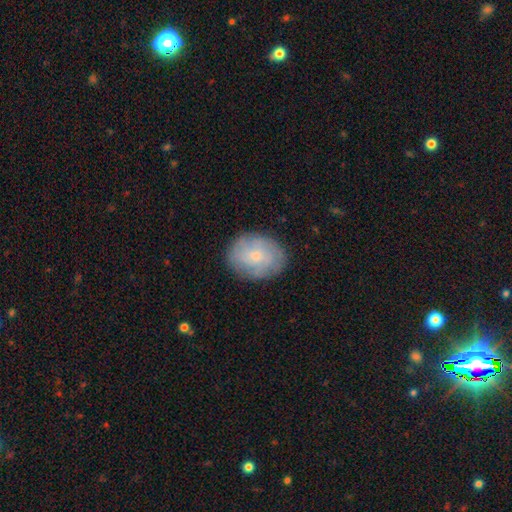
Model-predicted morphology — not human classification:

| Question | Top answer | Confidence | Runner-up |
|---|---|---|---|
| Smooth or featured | smooth | 50% | featured or disk (42%) |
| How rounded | in between | 56% | round (43%) |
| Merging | none | 82% | minor disturbance (13%) |